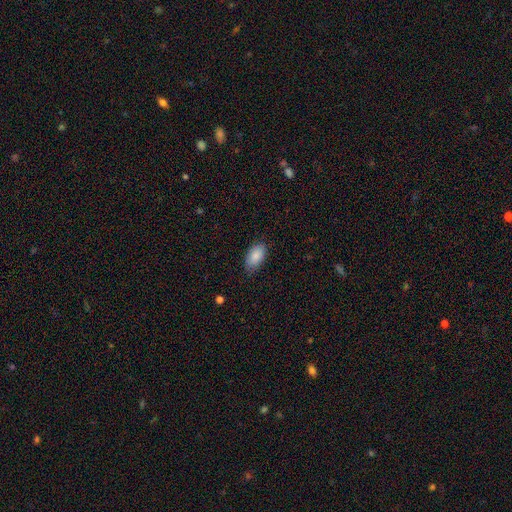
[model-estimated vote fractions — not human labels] Q: Smooth or featured?
A: smooth (87%); runner-up: star or artifact (7%)
Q: How rounded?
A: in between (94%); runner-up: round (4%)
Q: Merging?
A: none (76%); runner-up: minor disturbance (20%)